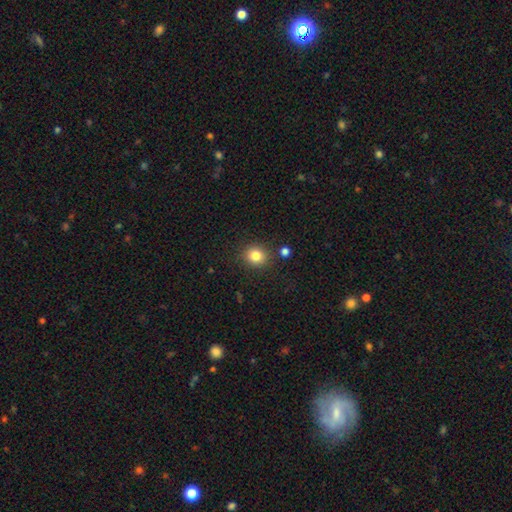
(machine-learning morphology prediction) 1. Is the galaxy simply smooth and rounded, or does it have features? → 83% smooth, 11% star or artifact, 6% featured or disk.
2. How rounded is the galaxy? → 82% round, 17% in between, 1% cigar-shaped.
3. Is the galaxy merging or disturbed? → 85% none, 8% minor disturbance, 4% merger, 3% major disturbance.